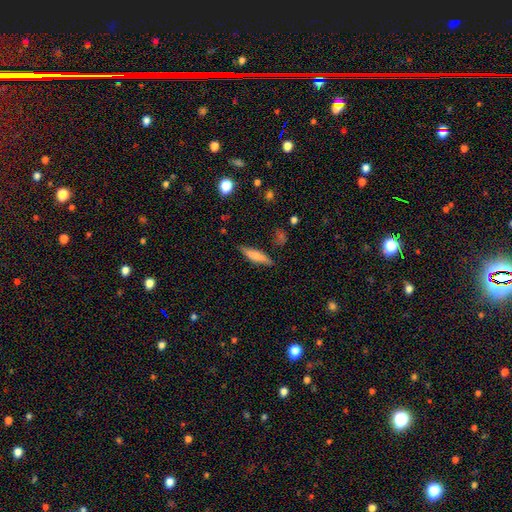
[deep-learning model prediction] The model was most divided on "smooth or featured": smooth: 68%, featured or disk: 25%, star or artifact: 7%. More confident: merging — none (80%); how rounded — cigar-shaped (78%).